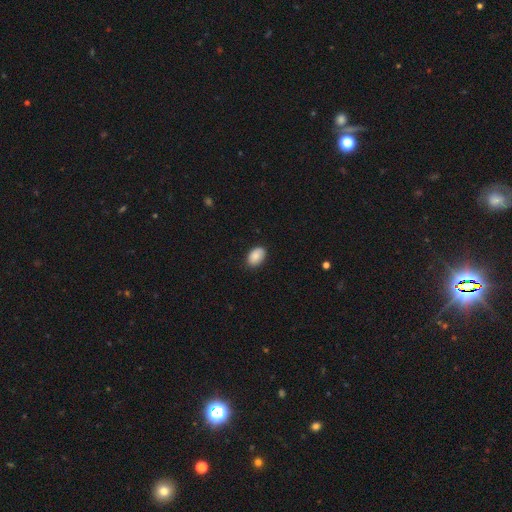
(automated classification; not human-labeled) Smooth or featured: smooth — 87% (star or artifact — 7%)
How rounded: in between — 89% (round — 10%)
Merging: none — 84% (minor disturbance — 13%)